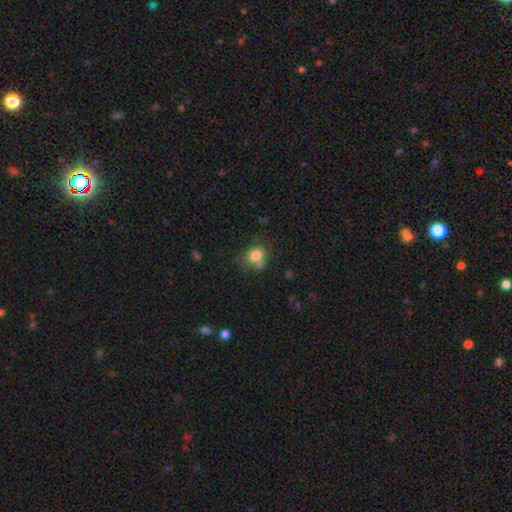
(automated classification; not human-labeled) This is likely a smooth galaxy (80%). How rounded: likely round (62%). Merging: possibly none (57%).